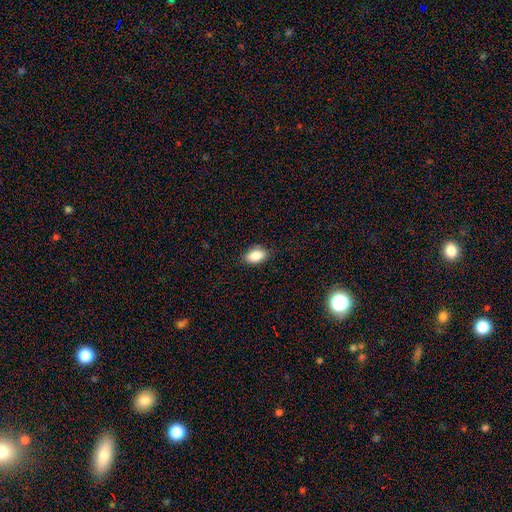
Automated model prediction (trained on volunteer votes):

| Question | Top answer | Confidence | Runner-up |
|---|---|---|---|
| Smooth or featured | smooth | 88% | star or artifact (7%) |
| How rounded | in between | 91% | round (6%) |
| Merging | none | 86% | minor disturbance (11%) |